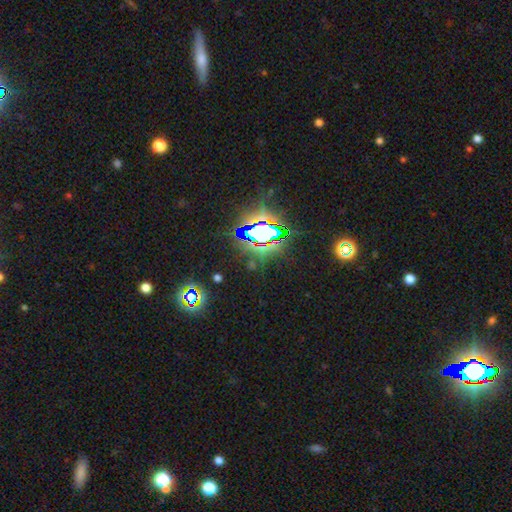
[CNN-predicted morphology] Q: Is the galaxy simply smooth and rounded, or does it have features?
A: star or artifact — 83%.